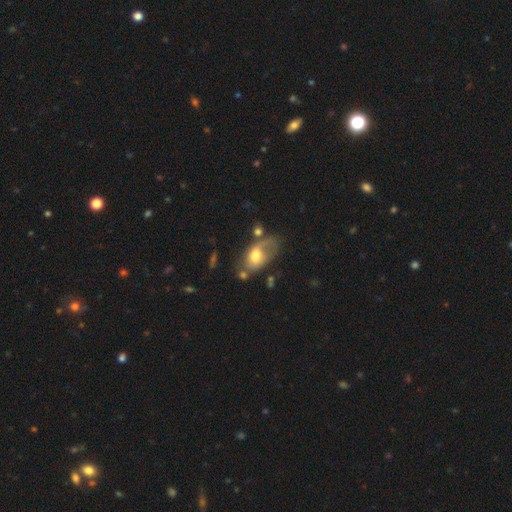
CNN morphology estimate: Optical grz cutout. It shows a smooth galaxy with no disk features (48%). Merging: none (35%).